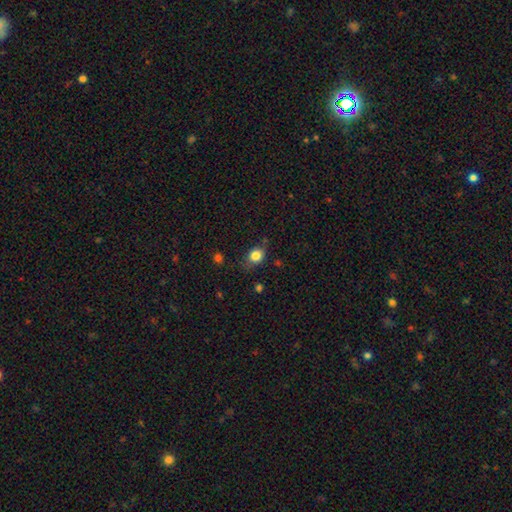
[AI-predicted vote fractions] smooth_or_featured: smooth (p=0.83) [alt: star or artifact p=0.11]
how_rounded: round (p=0.55) [alt: in between p=0.43]
merging: none (p=0.65) [alt: minor disturbance p=0.26]